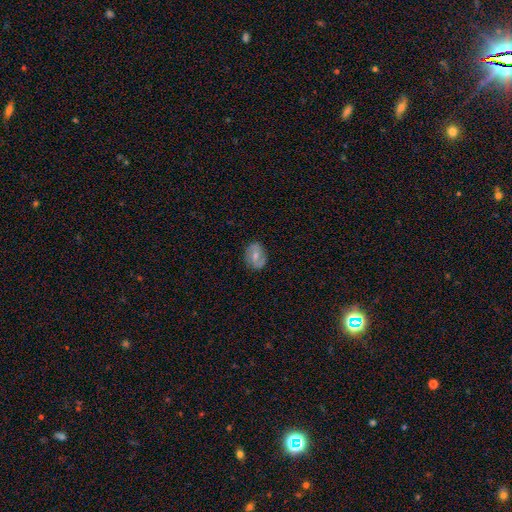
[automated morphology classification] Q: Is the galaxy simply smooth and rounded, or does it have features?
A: featured or disk — 51%.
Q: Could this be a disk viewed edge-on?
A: no — 96%.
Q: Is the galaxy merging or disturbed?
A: none — 81%.